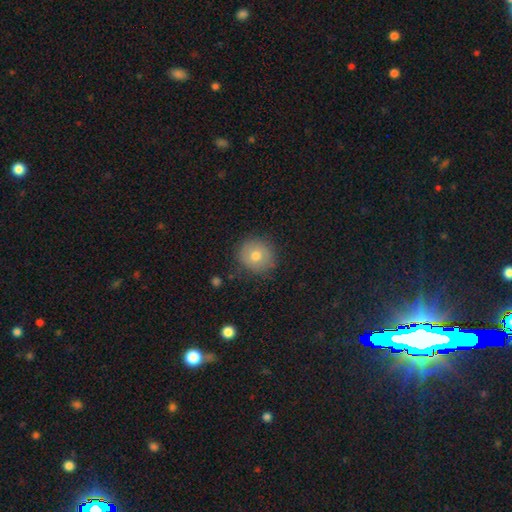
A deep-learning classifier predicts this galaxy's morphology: type=smooth (72%); roundness=round (88%); merging=none (85%).